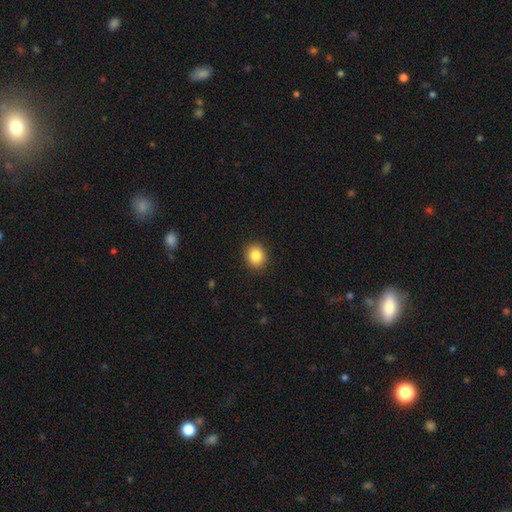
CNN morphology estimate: Smooth or featured? smooth (85%)
How rounded? round (74%)
Merging? none (91%)